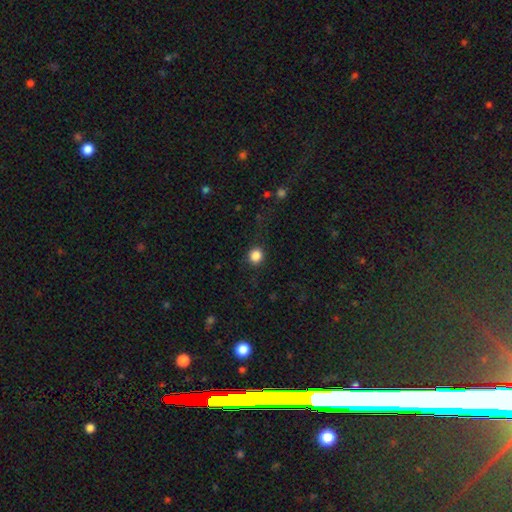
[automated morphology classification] Smooth or featured? Predicted: smooth (p=0.86). How rounded? Predicted: round (p=0.87). Merging? Predicted: none (p=0.88).